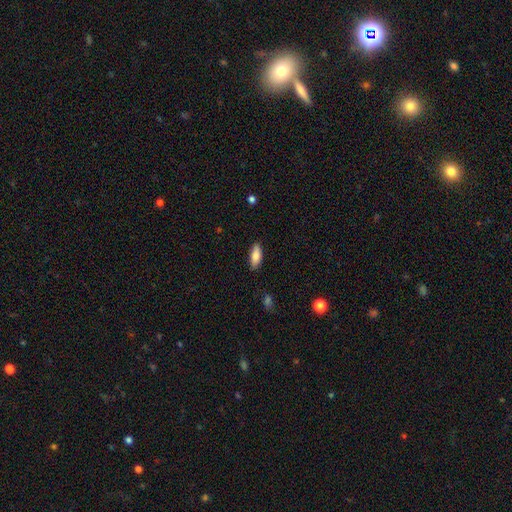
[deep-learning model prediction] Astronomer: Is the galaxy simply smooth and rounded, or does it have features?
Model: smooth — 84%.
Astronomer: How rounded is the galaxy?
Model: in between — 77%.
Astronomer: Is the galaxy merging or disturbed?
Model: none — 87%.